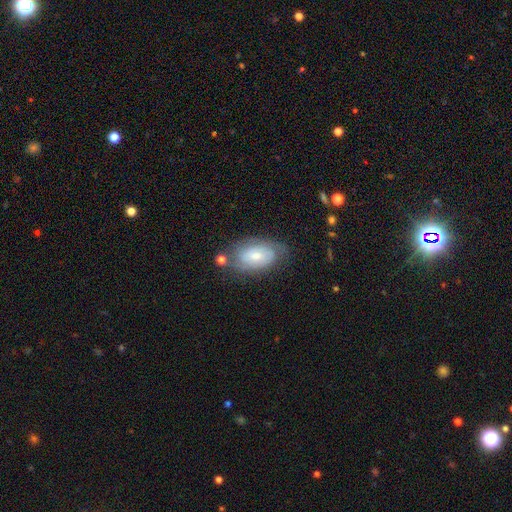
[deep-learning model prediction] Smooth or featured?
  - featured or disk: 50% *
  - smooth: 43%
  - star or artifact: 7%
Merging?
  - none: 60% *
  - minor disturbance: 25%
  - major disturbance: 10%
  - merger: 6%